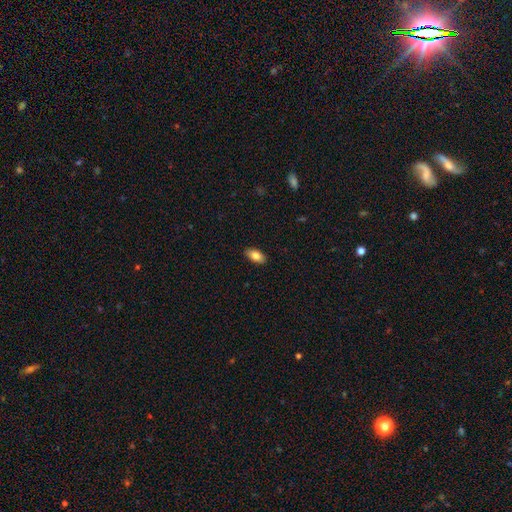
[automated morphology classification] The model was most divided on "smooth or featured": smooth: 83%, featured or disk: 10%, star or artifact: 7%. More confident: how rounded — in between (92%); merging — none (89%).